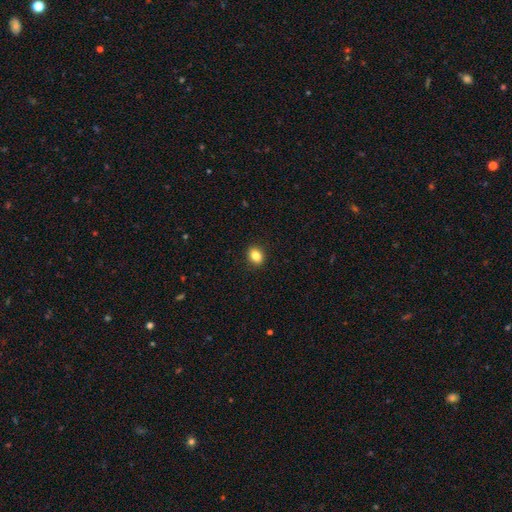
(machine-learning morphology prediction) smooth 85%, star or artifact 10%, featured or disk 6%. Down the decision tree: how rounded — in between (51%); merging — none (91%).